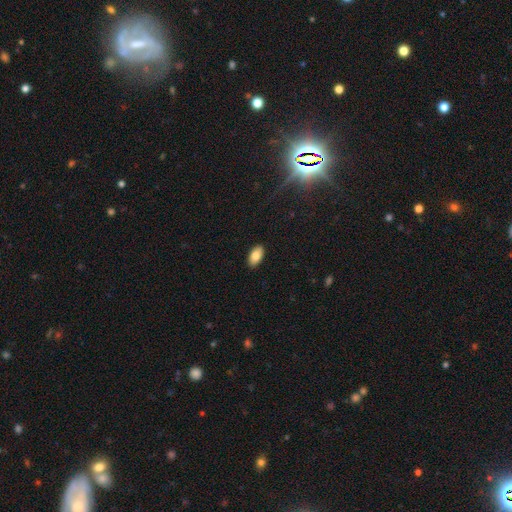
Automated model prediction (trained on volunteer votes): Smooth or featured? Predicted: smooth (p=0.85). How rounded? Predicted: in between (p=0.94). Merging? Predicted: none (p=0.90).